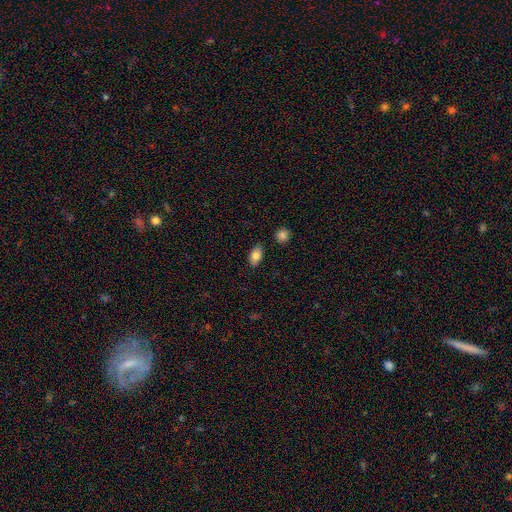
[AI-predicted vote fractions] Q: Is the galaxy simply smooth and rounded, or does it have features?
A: smooth — 80%.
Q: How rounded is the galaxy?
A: in between — 91%.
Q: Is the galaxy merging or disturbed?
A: none — 86%.